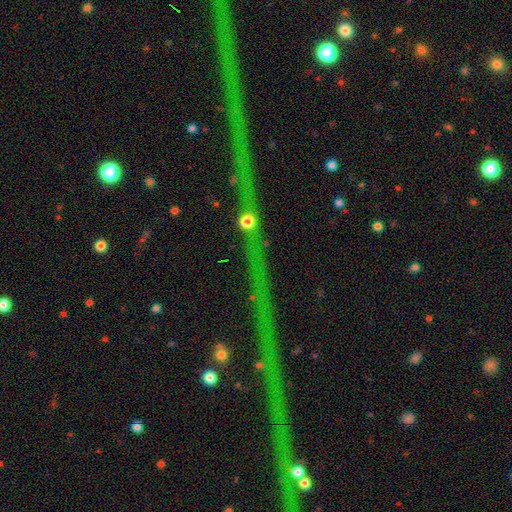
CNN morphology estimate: star or artifact 74%, featured or disk 16%, smooth 10%.